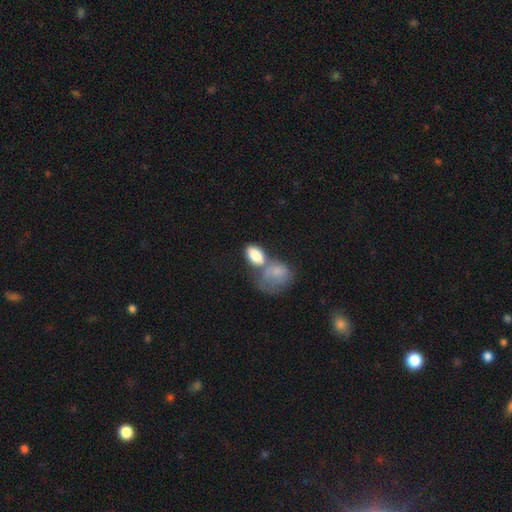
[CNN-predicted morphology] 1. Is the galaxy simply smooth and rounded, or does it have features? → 83% smooth, 11% featured or disk, 7% star or artifact.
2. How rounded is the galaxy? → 90% in between, 8% round, 2% cigar-shaped.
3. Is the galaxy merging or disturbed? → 49% merger, 28% none, 13% minor disturbance, 10% major disturbance.